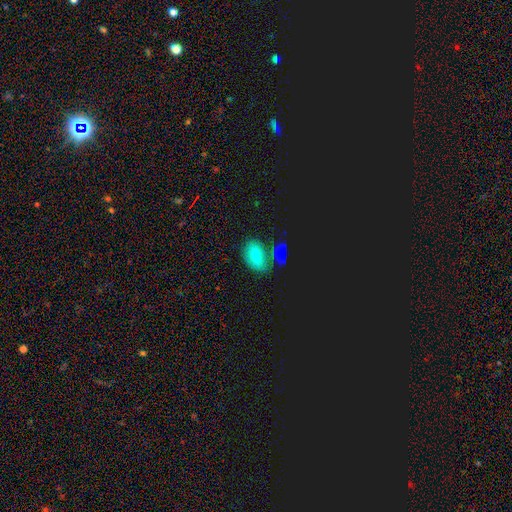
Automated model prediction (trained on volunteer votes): This is likely a smooth galaxy (61%). How rounded: clearly in between (84%). Merging: likely none (68%).